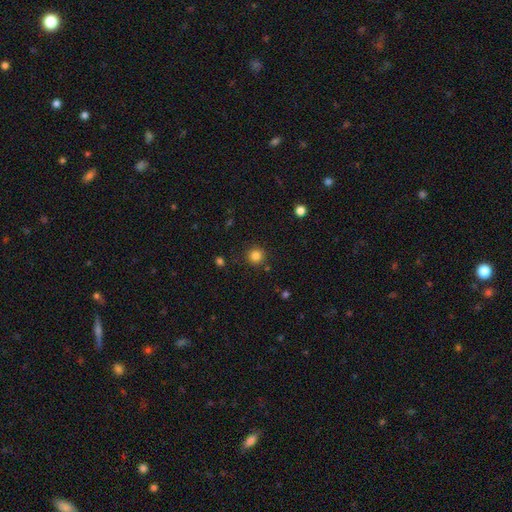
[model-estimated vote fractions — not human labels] A smooth galaxy with no disk features (83%) that is round (94%). Merging: none (88%).